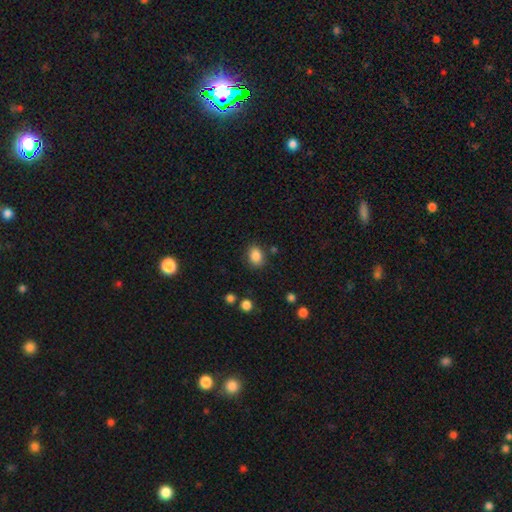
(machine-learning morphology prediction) This appears to be a smooth galaxy with no disk features (86%) that is in between round and cigar-shaped (61%). Merging: none (81%).